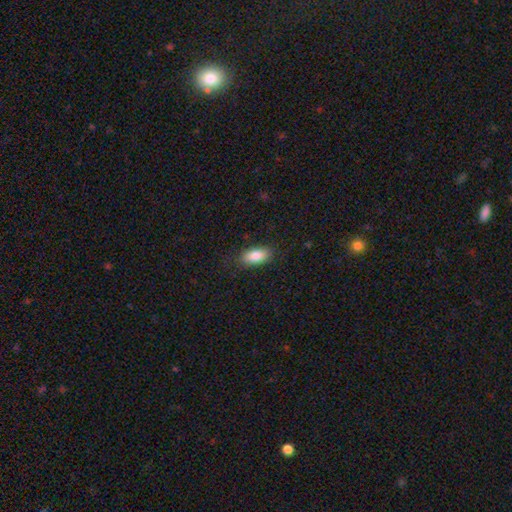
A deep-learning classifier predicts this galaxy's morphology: Q: Smooth or featured?
A: smooth (85%); runner-up: featured or disk (8%)
Q: How rounded?
A: in between (90%); runner-up: cigar-shaped (6%)
Q: Merging?
A: none (86%); runner-up: minor disturbance (11%)